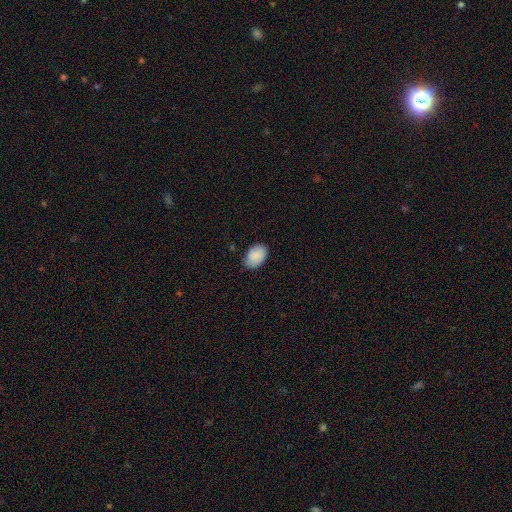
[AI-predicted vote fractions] Morphology: type=smooth (88%); roundness=in between (86%); merging=none (77%).